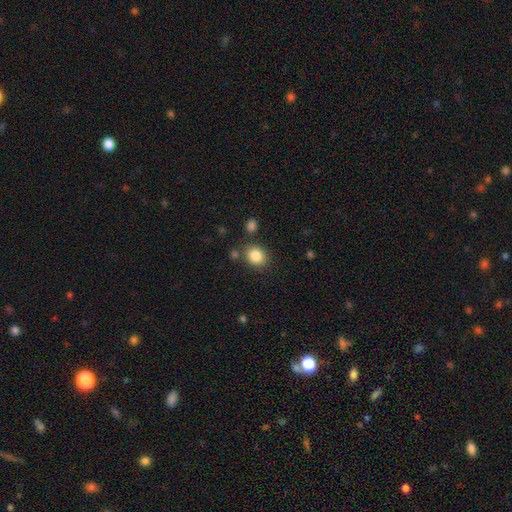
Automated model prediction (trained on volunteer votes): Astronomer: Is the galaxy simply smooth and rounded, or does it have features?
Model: smooth — 85%.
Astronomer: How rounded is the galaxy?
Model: round — 64%.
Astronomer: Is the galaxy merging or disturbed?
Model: none — 80%.